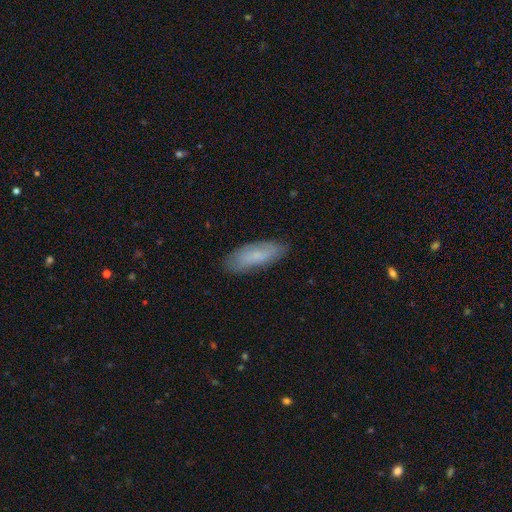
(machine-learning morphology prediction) This appears to be a smooth galaxy with no disk features (70%) that is in between round and cigar-shaped (63%). Merging: none (82%).